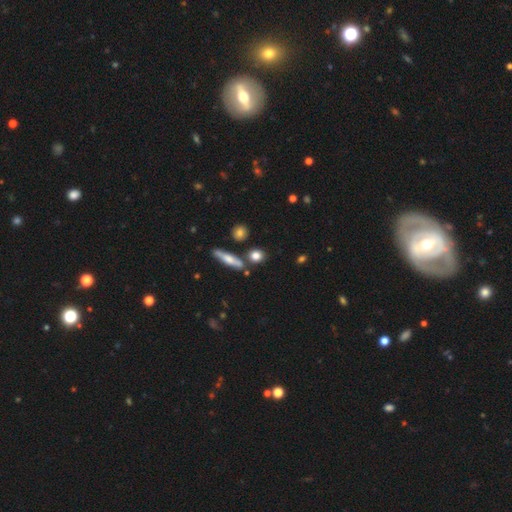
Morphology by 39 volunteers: This is clearly a smooth galaxy (87%). How rounded: likely round (62%). Merging: likely none (68%).